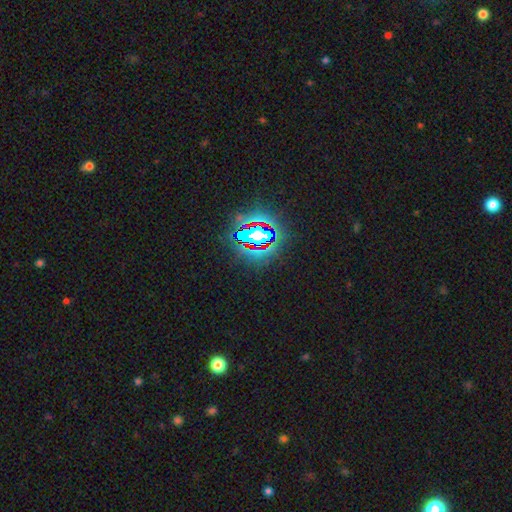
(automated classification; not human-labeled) smooth-or-featured: star or artifact: 84% | smooth: 9% | featured or disk: 7%